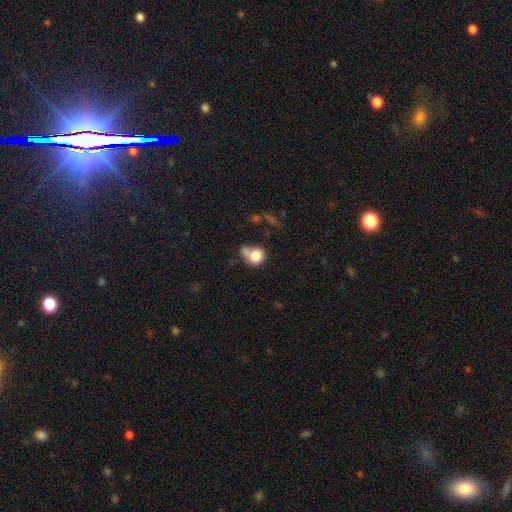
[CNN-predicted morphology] Smooth or featured? smooth (78%)
How rounded? round (65%)
Merging? none (30%)